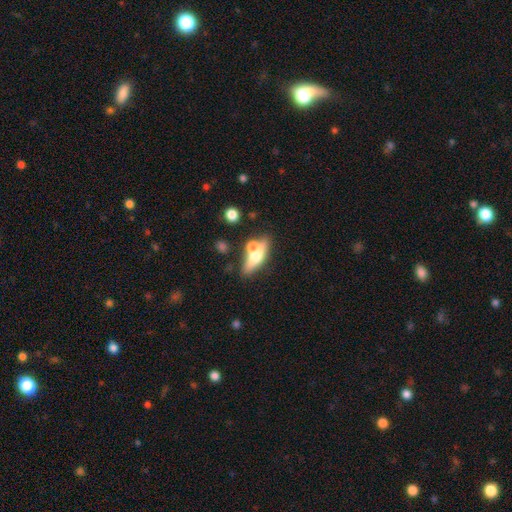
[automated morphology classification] This is possibly a smooth galaxy (52%). How rounded: possibly in between (53%). Merging: possibly none (49%).